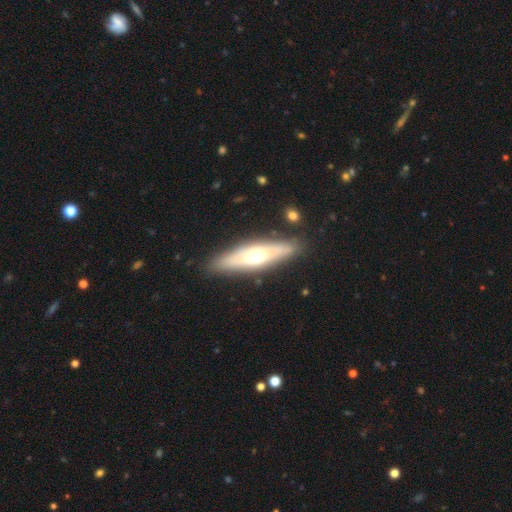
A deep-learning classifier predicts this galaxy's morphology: smooth_or_featured: featured or disk (p=0.51) [alt: smooth p=0.42]
disk_edge_on: yes (p=0.73) [alt: no p=0.27]
merging: none (p=0.86) [alt: minor disturbance p=0.10]